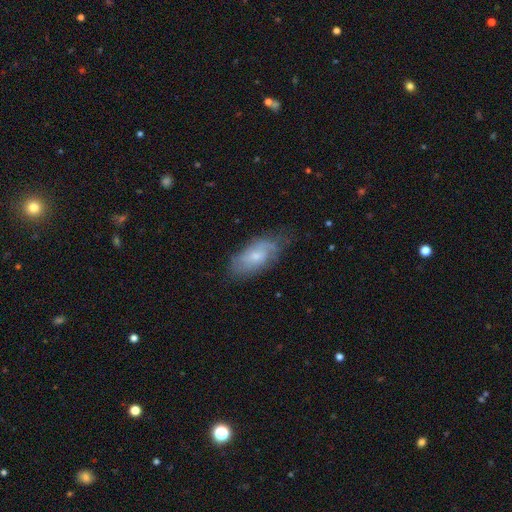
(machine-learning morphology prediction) Q: Smooth or featured?
A: featured or disk (56%); runner-up: smooth (37%)
Q: Edge-on disk?
A: no (90%); runner-up: yes (10%)
Q: Bar?
A: no (69%); runner-up: weak (27%)
Q: Spiral arms?
A: yes (80%); runner-up: no (20%)
Q: Bulge size?
A: small (54%); runner-up: moderate (40%)
Q: Merging?
A: none (66%); runner-up: minor disturbance (25%)